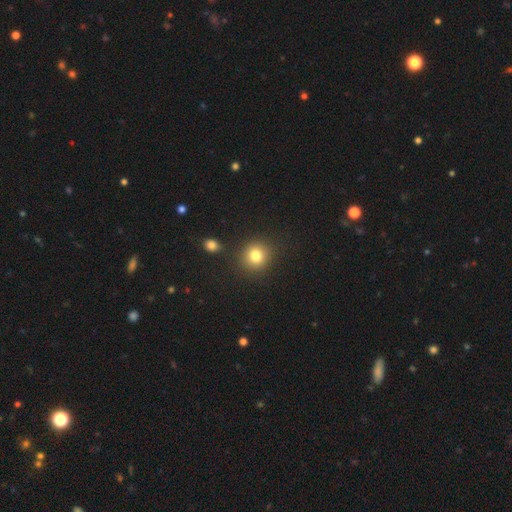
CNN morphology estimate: This appears to be a smooth galaxy with no disk features (81%) that is round (87%). Merging: none (84%).